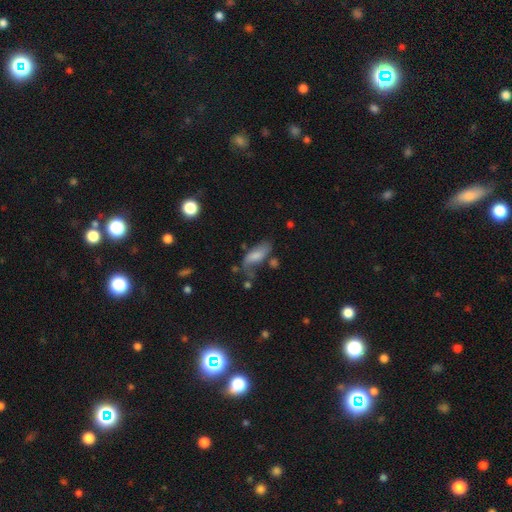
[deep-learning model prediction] smooth 64%, featured or disk 28%, star or artifact 8%. Down the decision tree: how rounded — in between (80%); merging — none (42%).